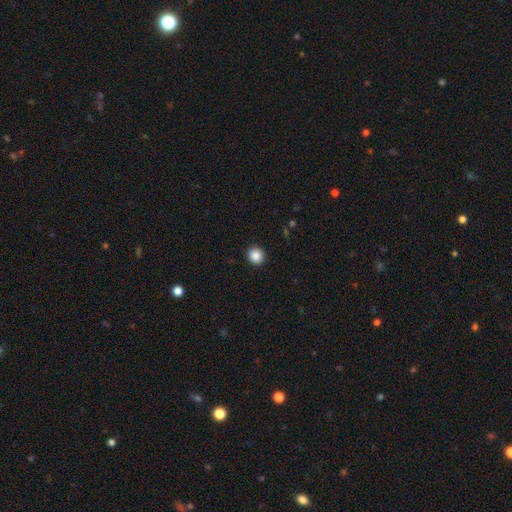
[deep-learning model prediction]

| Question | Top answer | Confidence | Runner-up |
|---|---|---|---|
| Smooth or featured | smooth | 88% | star or artifact (9%) |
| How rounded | round | 88% | in between (11%) |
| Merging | none | 92% | minor disturbance (5%) |